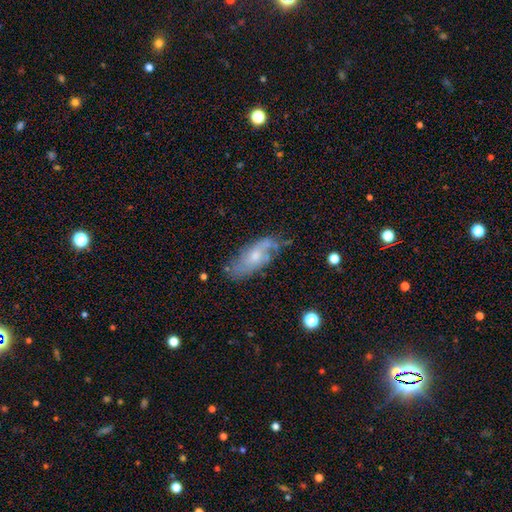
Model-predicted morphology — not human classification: Smooth or featured? featured or disk (58%)
Edge-on disk? no (86%)
Bar? no (71%)
Spiral arms? yes (76%)
Bulge size? small (52%)
Merging? none (59%)